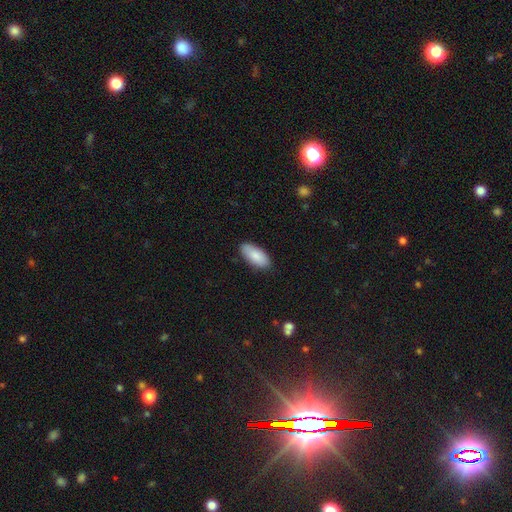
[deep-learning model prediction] This is clearly a smooth galaxy (86%). How rounded: clearly in between (89%). Merging: clearly none (86%).